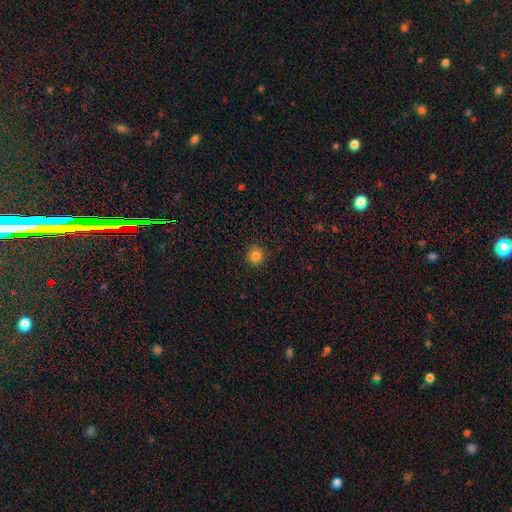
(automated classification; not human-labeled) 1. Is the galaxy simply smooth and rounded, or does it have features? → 84% smooth, 11% star or artifact, 4% featured or disk.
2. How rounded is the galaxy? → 91% round, 8% in between, 1% cigar-shaped.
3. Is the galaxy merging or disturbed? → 89% none, 7% minor disturbance, 2% major disturbance, 1% merger.